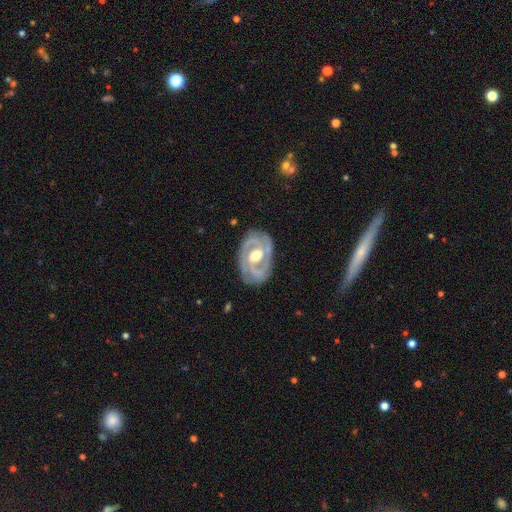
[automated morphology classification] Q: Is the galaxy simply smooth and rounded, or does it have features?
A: featured or disk — 86%.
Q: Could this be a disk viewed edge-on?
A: no — 96%.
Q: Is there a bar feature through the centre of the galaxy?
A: no — 51%.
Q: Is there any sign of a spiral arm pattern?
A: yes — 88%.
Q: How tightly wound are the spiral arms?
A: tight — 56%.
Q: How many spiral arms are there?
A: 2 — 76%.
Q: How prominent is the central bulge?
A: moderate — 67%.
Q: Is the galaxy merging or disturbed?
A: none — 79%.